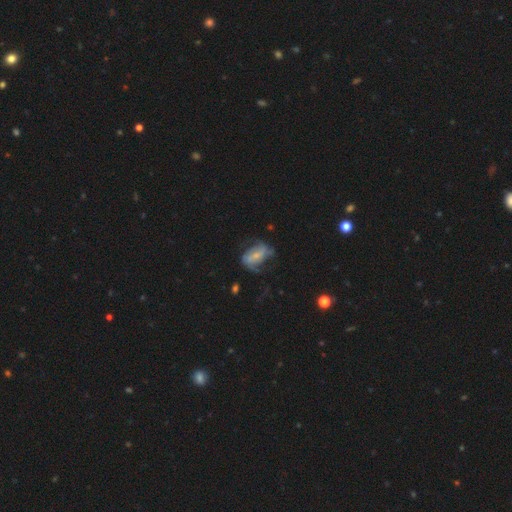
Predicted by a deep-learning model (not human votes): featured or disk 69%, smooth 24%, star or artifact 7%. Down the decision tree: edge-on disk — no (96%); bar — weak (40%); spiral arms — yes (83%); spiral arm count — 2 (68%); spiral winding — loose (40%); bulge size — small (60%); merging — none (46%).